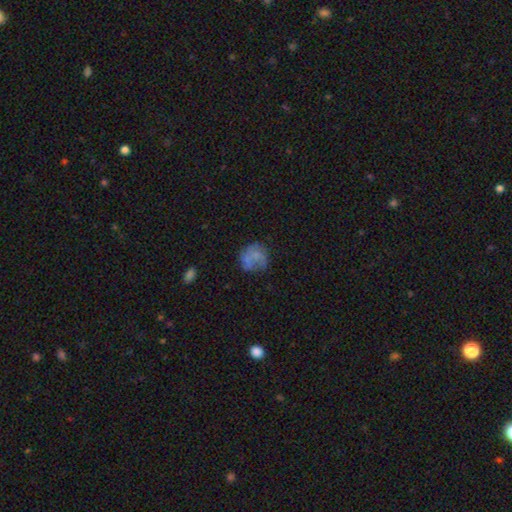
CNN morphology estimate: smooth 54%, featured or disk 35%, star or artifact 11%. Down the decision tree: how rounded — round (78%); merging — none (54%).